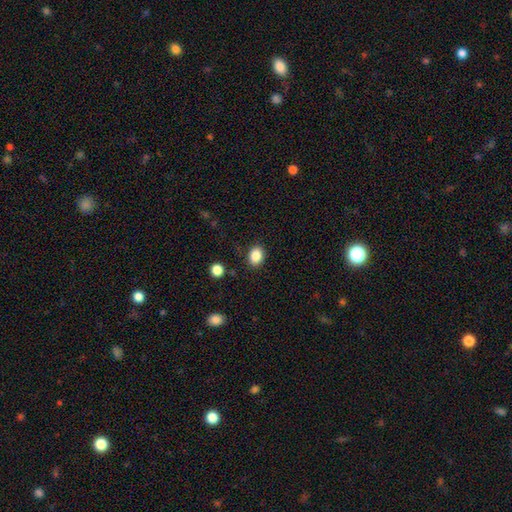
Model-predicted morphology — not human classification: Smooth or featured? smooth (86%)
How rounded? in between (61%)
Merging? none (88%)